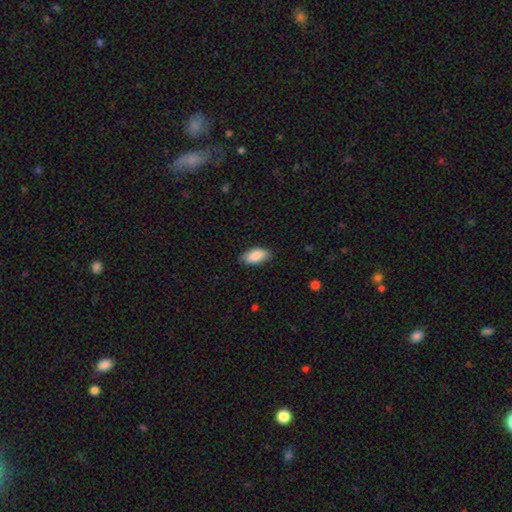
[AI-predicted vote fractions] Smooth or featured? Predicted: smooth (p=0.87). How rounded? Predicted: in between (p=0.93). Merging? Predicted: none (p=0.81).